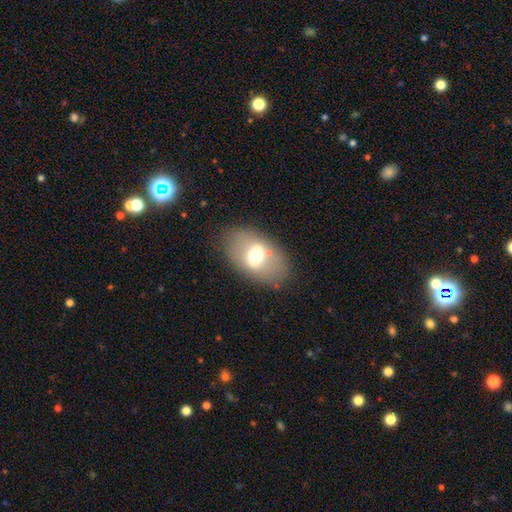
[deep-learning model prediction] This appears to be a smooth galaxy with no disk features (51%) that is in between round and cigar-shaped (87%). Merging: none (78%).